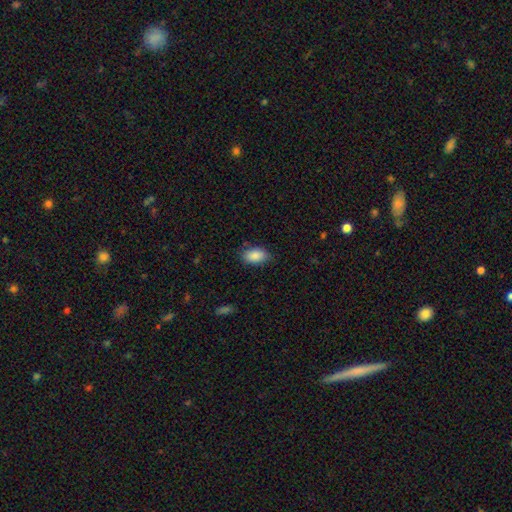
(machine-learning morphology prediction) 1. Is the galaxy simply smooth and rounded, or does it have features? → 88% smooth, 7% star or artifact, 5% featured or disk.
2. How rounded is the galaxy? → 92% in between, 6% round, 2% cigar-shaped.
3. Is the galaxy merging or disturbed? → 80% none, 15% minor disturbance, 4% major disturbance, 1% merger.